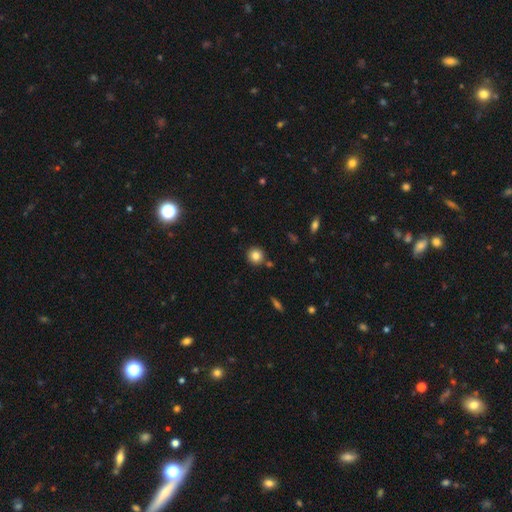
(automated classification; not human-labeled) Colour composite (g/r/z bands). It shows a smooth galaxy with no disk features (82%) that is round (93%). Merging: none (86%).